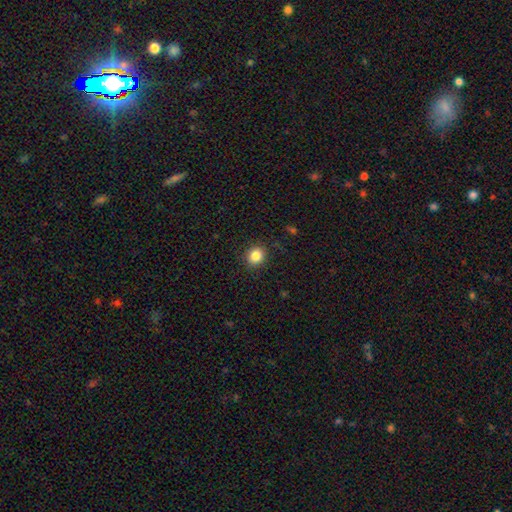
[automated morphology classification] smooth-or-featured: smooth: 85% | star or artifact: 10% | featured or disk: 5%
  how-rounded: round: 74% | in between: 25% | cigar-shaped: 1%
  merging: none: 89% | minor disturbance: 7% | major disturbance: 2% | merger: 1%